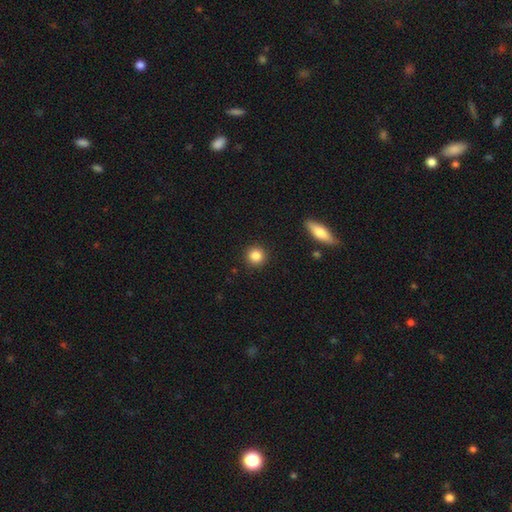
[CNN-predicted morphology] A smooth galaxy with no disk features (85%) that is round (93%).

Vote fractions:
- Smooth or featured? smooth: 85% / star or artifact: 10% / featured or disk: 5%
- How rounded? round: 93% / in between: 6% / cigar-shaped: 1%
- Merging? none: 91% / minor disturbance: 6% / major disturbance: 2% / merger: 1%